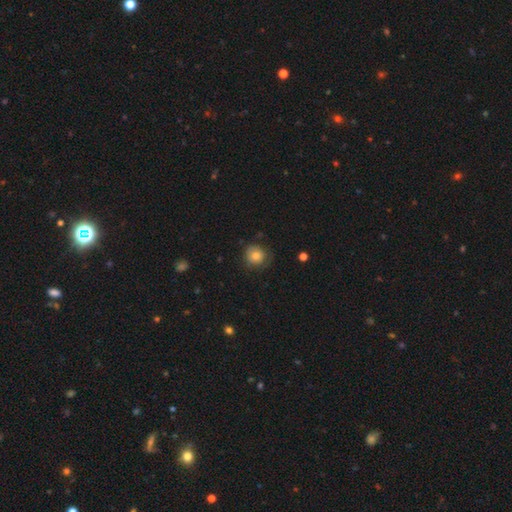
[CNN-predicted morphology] Smooth or featured: smooth — 77% (featured or disk — 14%)
How rounded: round — 88% (in between — 11%)
Merging: none — 70% (minor disturbance — 21%)